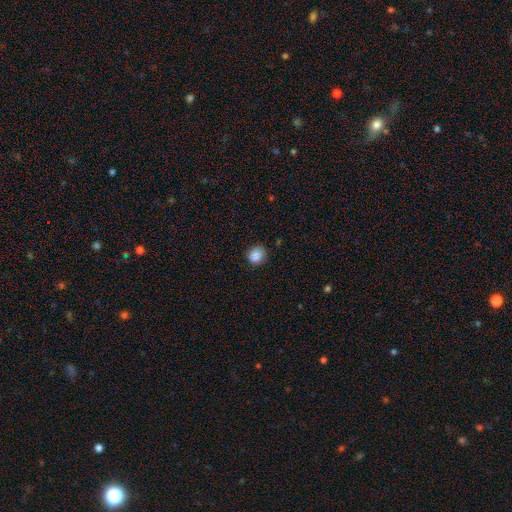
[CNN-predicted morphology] smooth-or-featured: smooth: 86% | star or artifact: 9% | featured or disk: 5%
  how-rounded: round: 85% | in between: 14% | cigar-shaped: 1%
  merging: none: 81% | minor disturbance: 15% | major disturbance: 3% | merger: 1%